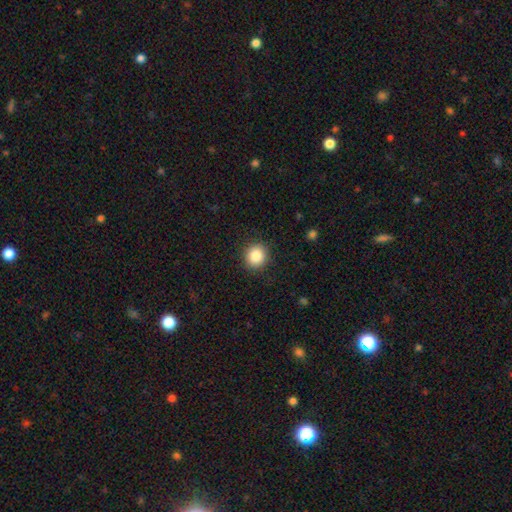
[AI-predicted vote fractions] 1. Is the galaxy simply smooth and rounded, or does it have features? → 87% smooth, 9% star or artifact, 4% featured or disk.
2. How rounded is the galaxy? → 89% round, 10% in between, 1% cigar-shaped.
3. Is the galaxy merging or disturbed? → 90% none, 7% minor disturbance, 2% major disturbance, 1% merger.